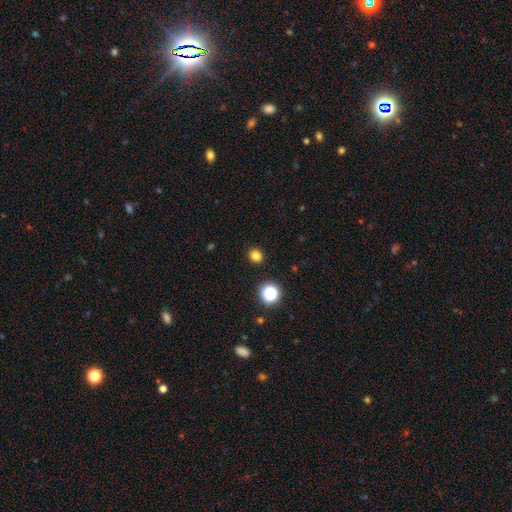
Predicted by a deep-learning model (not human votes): Morphology: type=smooth (80%); roundness=round (77%); merging=none (91%).